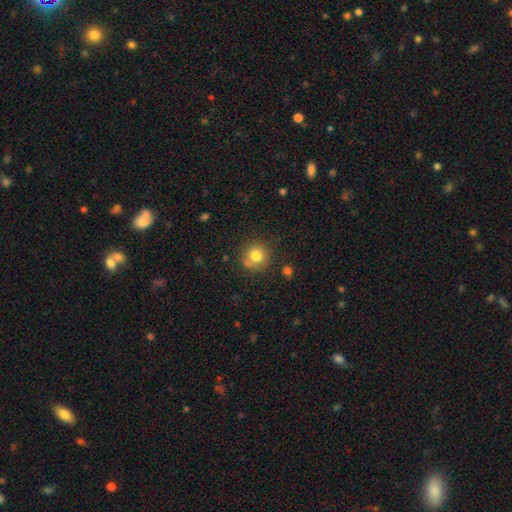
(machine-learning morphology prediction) Smooth or featured: smooth — 80% (star or artifact — 11%)
How rounded: round — 91% (in between — 8%)
Merging: none — 72% (minor disturbance — 14%)